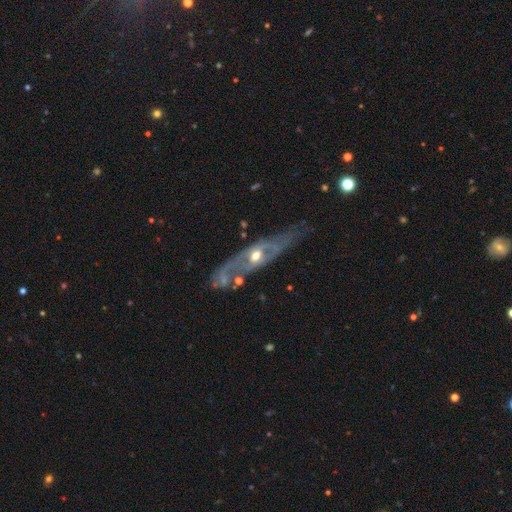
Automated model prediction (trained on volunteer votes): A featured or disk galaxy (74%). Merging: none (64%).